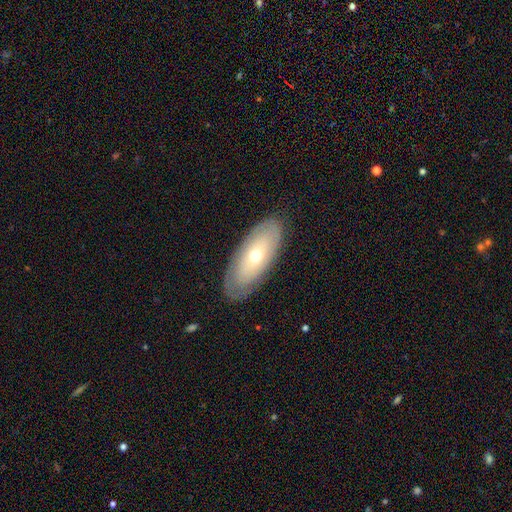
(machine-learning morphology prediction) type=featured or disk (49%); merging=none (81%).